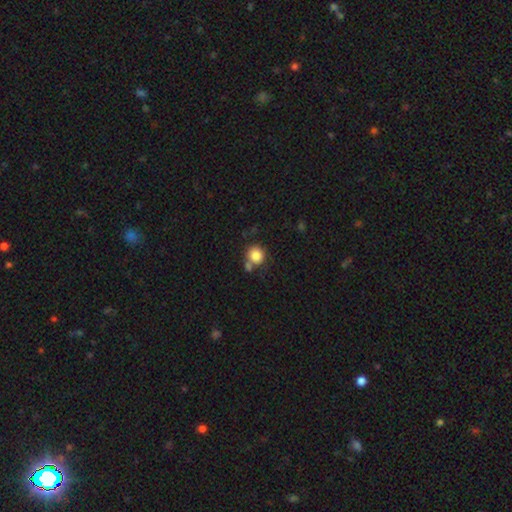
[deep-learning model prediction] This is clearly a smooth galaxy (84%). How rounded: clearly round (89%). Merging: likely none (62%).